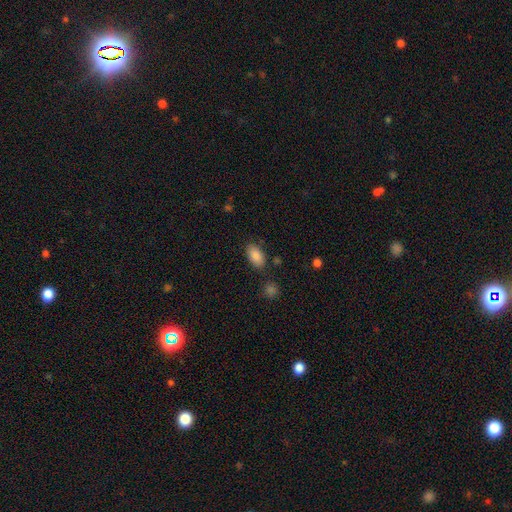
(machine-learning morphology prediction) Smooth or featured: smooth — 88% (star or artifact — 7%)
How rounded: in between — 93% (round — 4%)
Merging: none — 81% (minor disturbance — 12%)